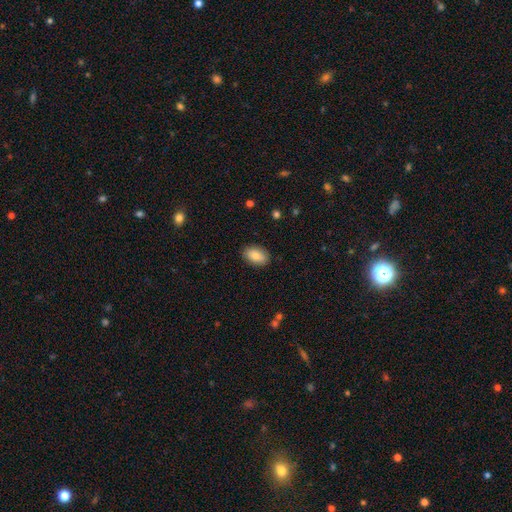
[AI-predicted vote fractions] A smooth galaxy with no disk features (85%) that is in between round and cigar-shaped (91%). Merging: none (87%).